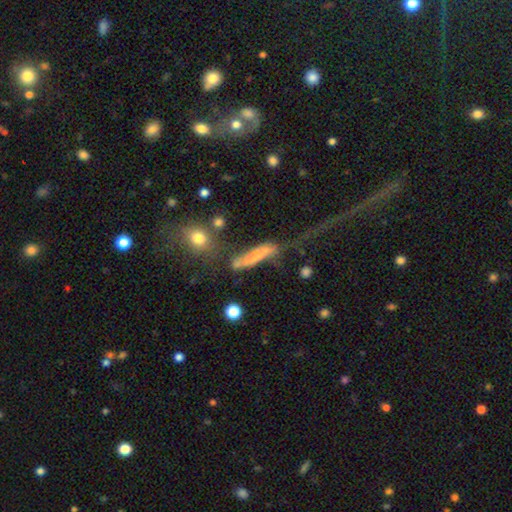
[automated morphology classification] smooth 56%, featured or disk 31%, star or artifact 14%. Down the decision tree: how rounded — cigar-shaped (70%); merging — major disturbance (33%).